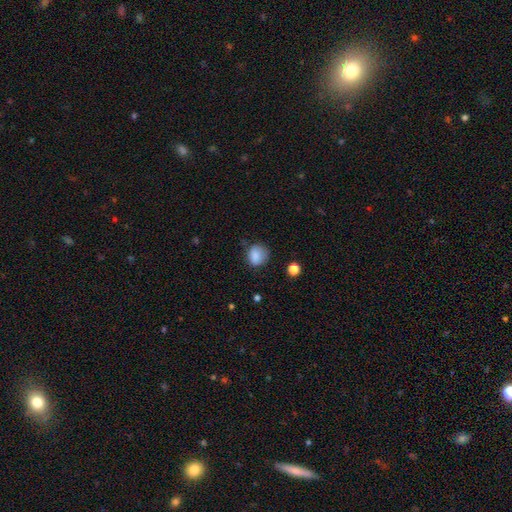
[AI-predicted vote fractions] Smooth or featured?
  - smooth: 85% *
  - star or artifact: 9%
  - featured or disk: 5%
How rounded?
  - round: 73% *
  - in between: 26%
  - cigar-shaped: 1%
Merging?
  - none: 66% *
  - minor disturbance: 24%
  - major disturbance: 7%
  - merger: 2%